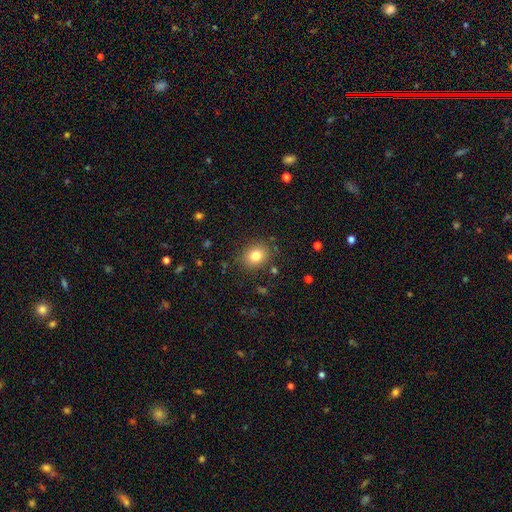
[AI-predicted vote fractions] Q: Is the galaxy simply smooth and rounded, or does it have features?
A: smooth — 80%.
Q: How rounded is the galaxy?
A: round — 61%.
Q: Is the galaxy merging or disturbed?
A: none — 85%.